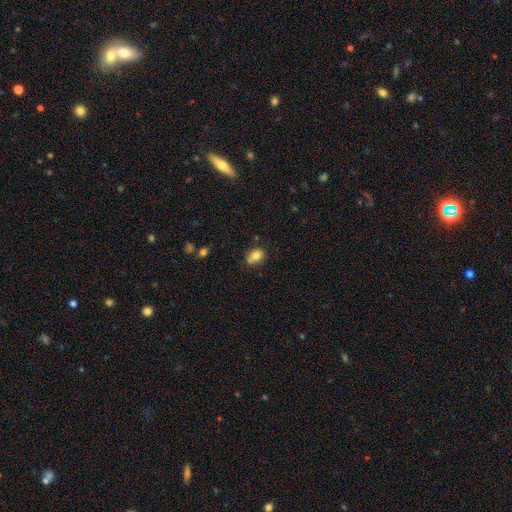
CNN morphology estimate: This is likely a smooth galaxy (79%). How rounded: possibly in between (50%). Merging: possibly none (55%).